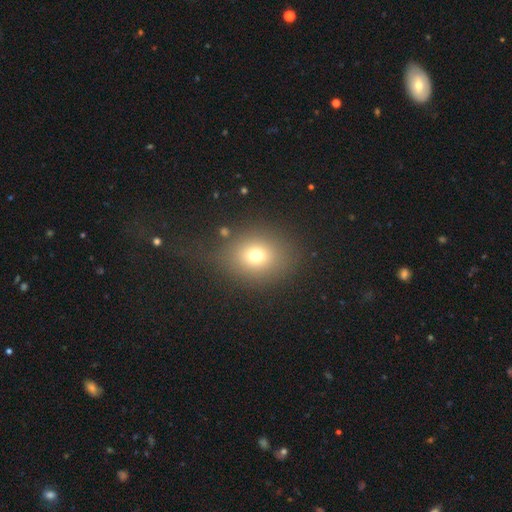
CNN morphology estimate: A smooth galaxy with no disk features (72%) that is round (65%). Merging: none (76%).